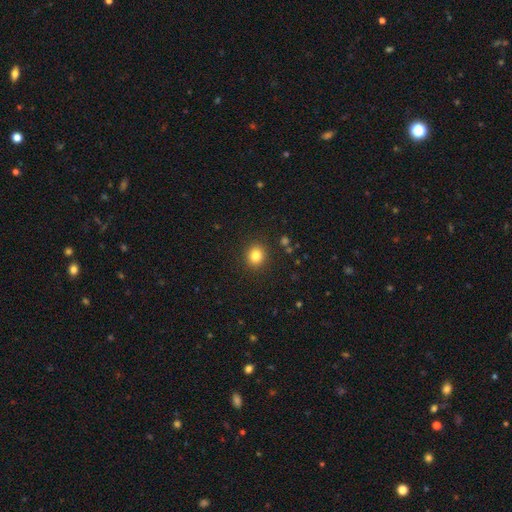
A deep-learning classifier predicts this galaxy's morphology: smooth 82%, star or artifact 12%, featured or disk 6%. Down the decision tree: how rounded — round (84%); merging — none (91%).